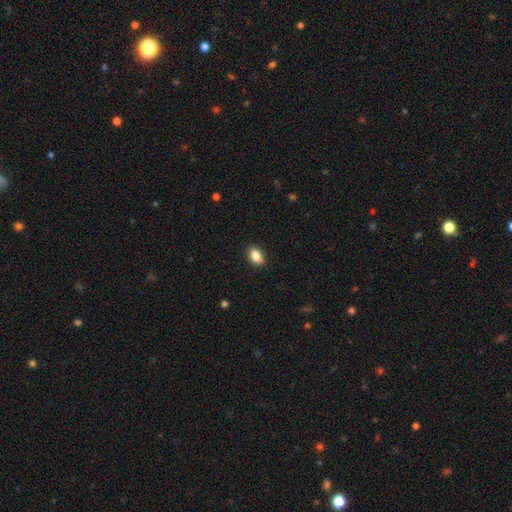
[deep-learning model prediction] A smooth galaxy with no disk features (86%) that is in between round and cigar-shaped (78%).

Vote fractions:
- Smooth or featured? smooth: 86% / star or artifact: 8% / featured or disk: 6%
- How rounded? in between: 78% / round: 21% / cigar-shaped: 1%
- Merging? none: 87% / minor disturbance: 10% / major disturbance: 2% / merger: 1%